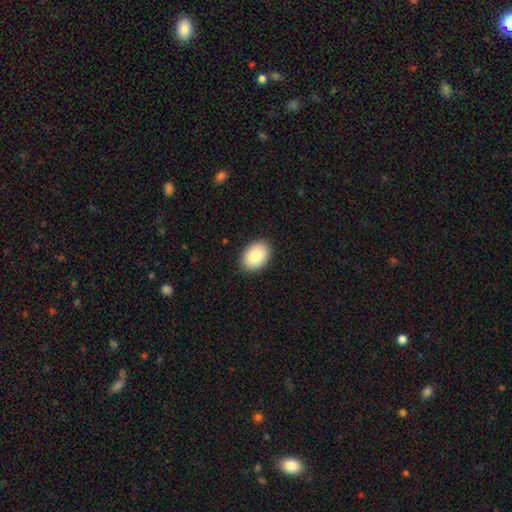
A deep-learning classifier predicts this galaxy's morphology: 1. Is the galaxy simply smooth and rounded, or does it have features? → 87% smooth, 7% star or artifact, 6% featured or disk.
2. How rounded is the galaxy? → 80% in between, 19% round, 1% cigar-shaped.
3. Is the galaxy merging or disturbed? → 89% none, 8% minor disturbance, 2% major disturbance, 1% merger.